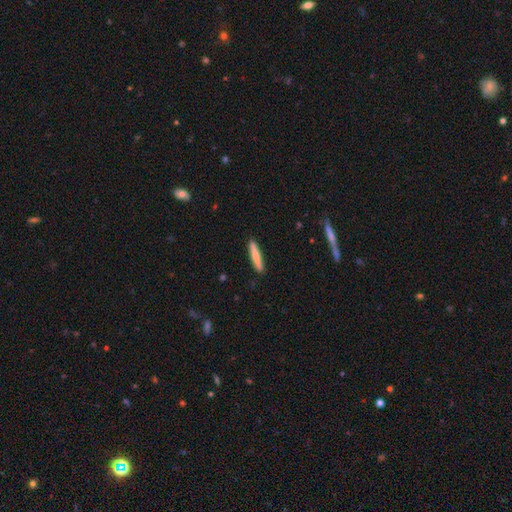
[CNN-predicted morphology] The model was most divided on "smooth or featured": smooth: 76%, featured or disk: 18%, star or artifact: 5%. More confident: how rounded — cigar-shaped (93%); merging — none (91%).